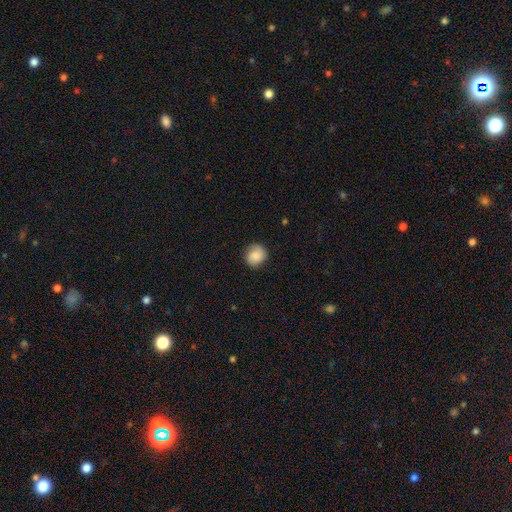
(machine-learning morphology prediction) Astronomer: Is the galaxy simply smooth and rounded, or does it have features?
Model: smooth — 84%.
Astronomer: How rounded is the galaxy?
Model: round — 82%.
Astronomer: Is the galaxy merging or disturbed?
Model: none — 83%.